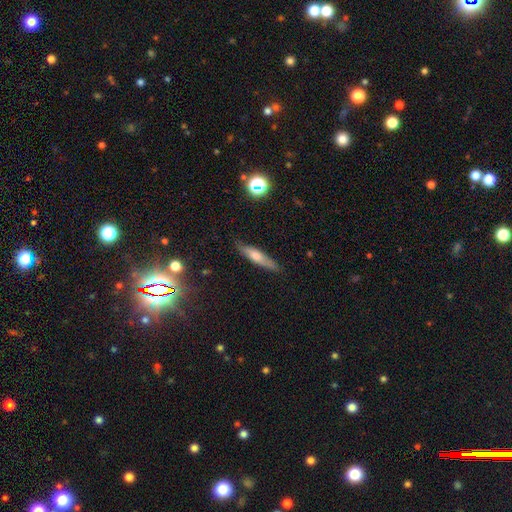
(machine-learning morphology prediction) The model was most divided on "smooth or featured": smooth: 49%, featured or disk: 42%, star or artifact: 9%. More confident: merging — none (84%).